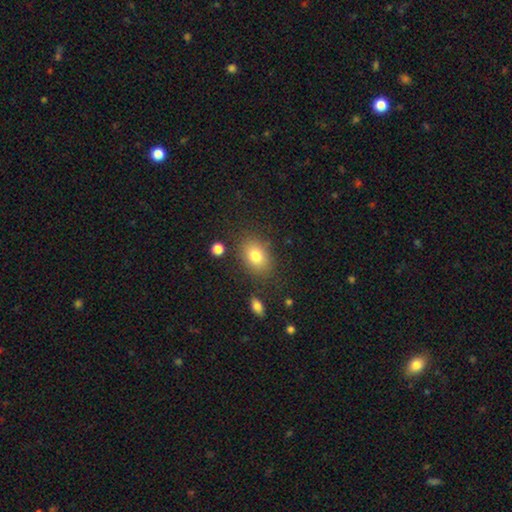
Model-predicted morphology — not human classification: This appears to be a smooth galaxy with no disk features (80%) that is in between round and cigar-shaped (74%). Merging: none (80%).